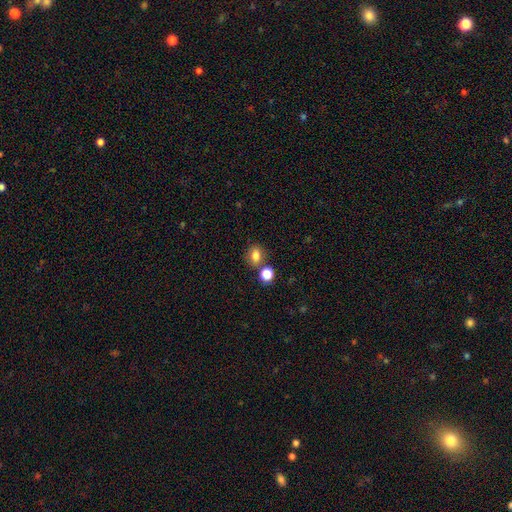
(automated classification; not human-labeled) Smooth or featured: smooth — 80% (star or artifact — 13%)
How rounded: round — 50% (in between — 49%)
Merging: none — 69% (merger — 17%)